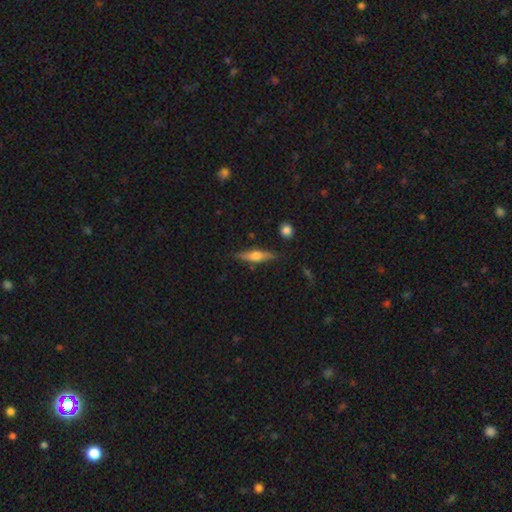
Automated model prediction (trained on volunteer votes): Overall: featured or disk (53%; smooth 41%). Edge-on disk: yes (93%). Merging: none (82%).